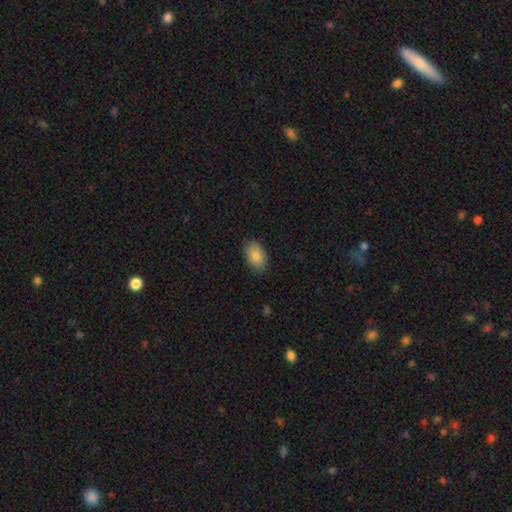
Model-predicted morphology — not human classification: smooth_or_featured: smooth (p=0.85) [alt: featured or disk p=0.08]
how_rounded: in between (p=0.92) [alt: round p=0.07]
merging: none (p=0.86) [alt: minor disturbance p=0.11]